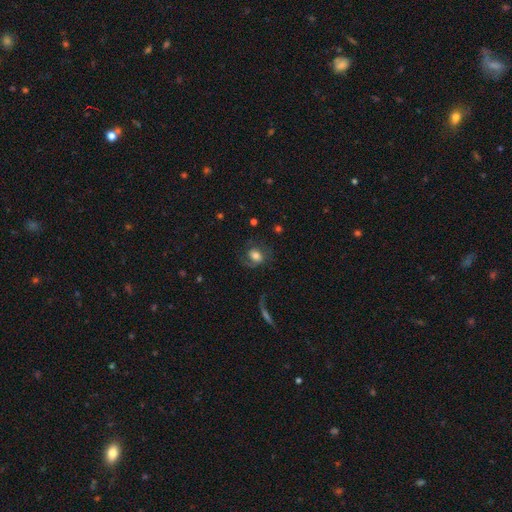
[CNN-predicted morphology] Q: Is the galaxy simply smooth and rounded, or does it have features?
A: featured or disk — 46%.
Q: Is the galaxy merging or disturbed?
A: none — 56%.